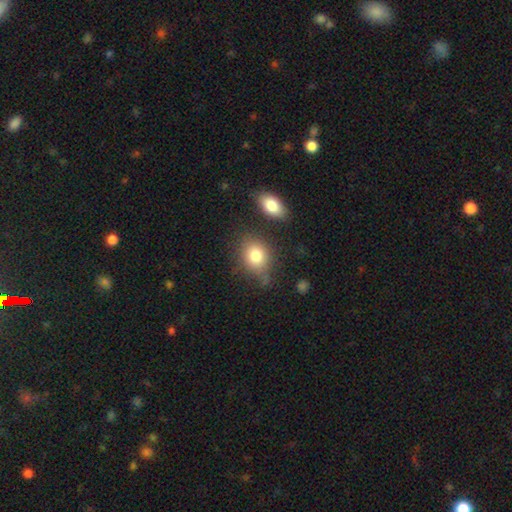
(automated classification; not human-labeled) This is clearly a smooth galaxy (81%). How rounded: possibly in between (51%). Merging: likely none (65%).